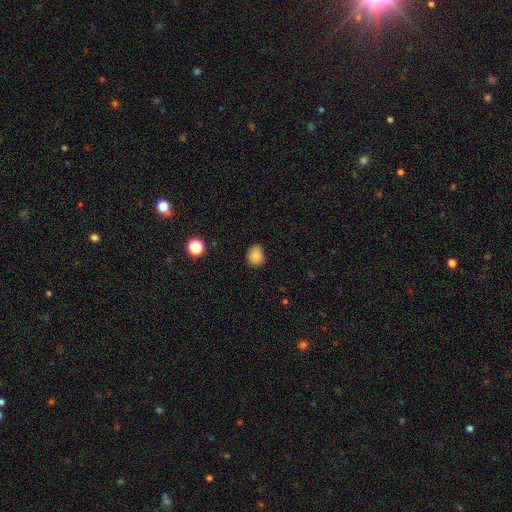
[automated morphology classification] This appears to be a smooth galaxy with no disk features (85%) that is round (62%). Merging: none (74%).